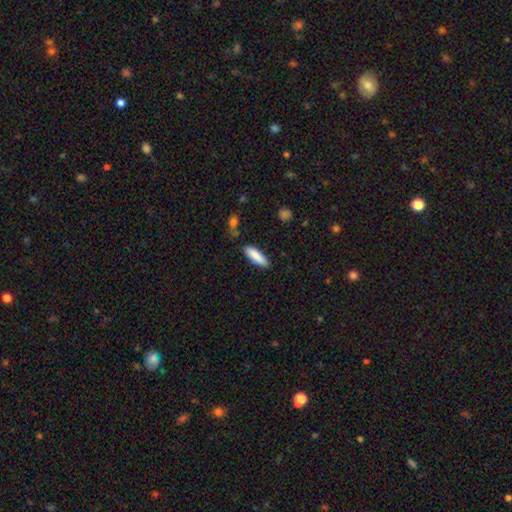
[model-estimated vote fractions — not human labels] Smooth or featured? smooth (86%)
How rounded? cigar-shaped (58%)
Merging? none (84%)